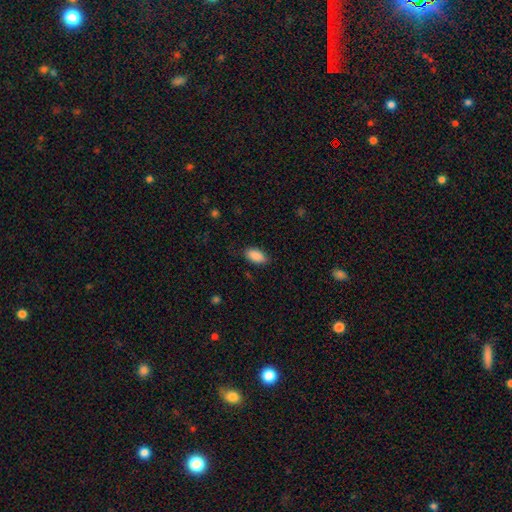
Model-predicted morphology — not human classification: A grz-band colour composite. It shows a smooth galaxy with no disk features (90%) that is in between round and cigar-shaped (93%). Merging: none (85%).